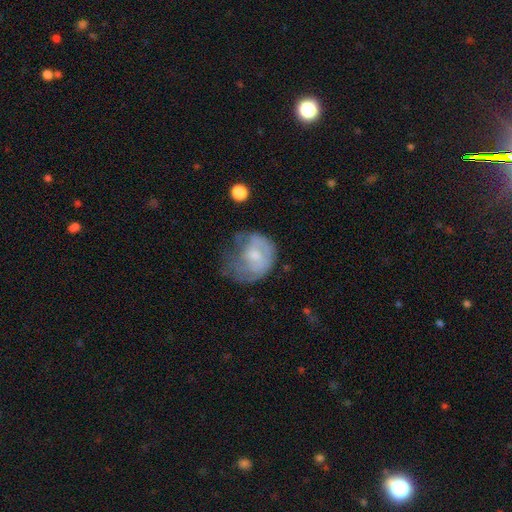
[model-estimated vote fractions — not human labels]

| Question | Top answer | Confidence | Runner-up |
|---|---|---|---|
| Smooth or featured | featured or disk | 48% | smooth (44%) |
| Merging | major disturbance | 36% | minor disturbance (31%) |